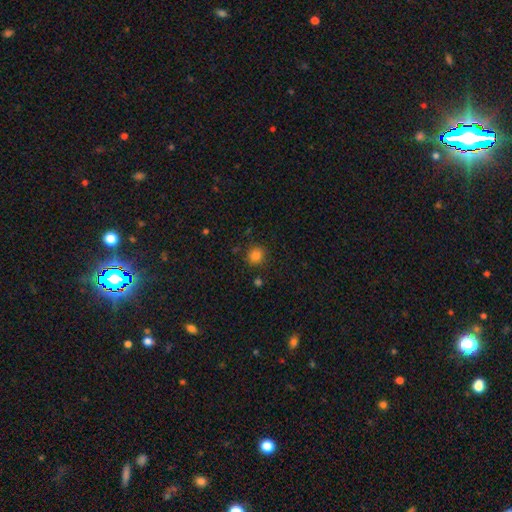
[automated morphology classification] A smooth galaxy with no disk features (83%) that is round (88%).

Vote fractions:
- Smooth or featured? smooth: 83% / star or artifact: 13% / featured or disk: 4%
- How rounded? round: 88% / in between: 11% / cigar-shaped: 1%
- Merging? none: 86% / minor disturbance: 9% / merger: 3% / major disturbance: 3%